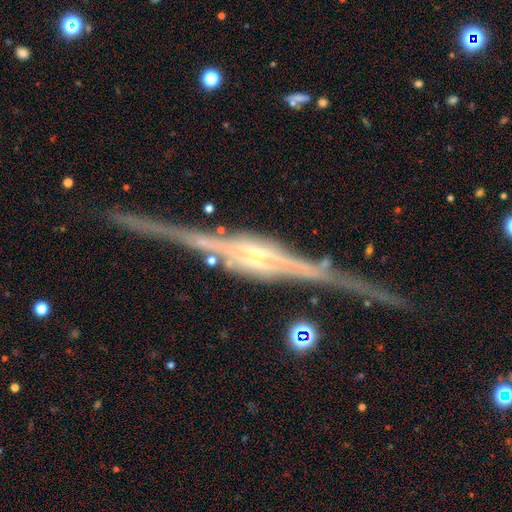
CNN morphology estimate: Overall: featured or disk (91%). Edge-on disk: yes (98%). Edge-on bulge: rounded (49%; boxy 44%). Merging: none (86%).